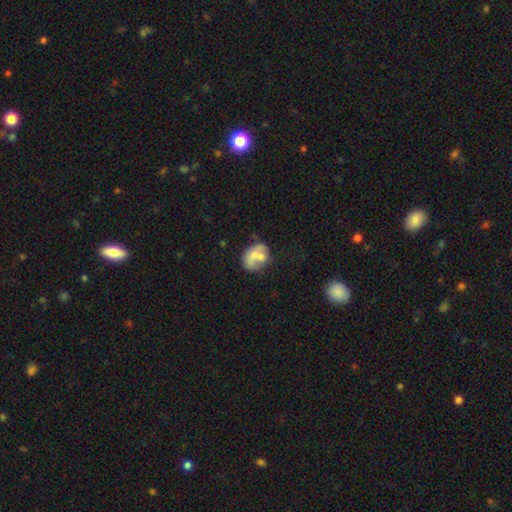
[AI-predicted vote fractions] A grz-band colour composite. It shows a smooth galaxy with no disk features (50%). Merging: none (35%).